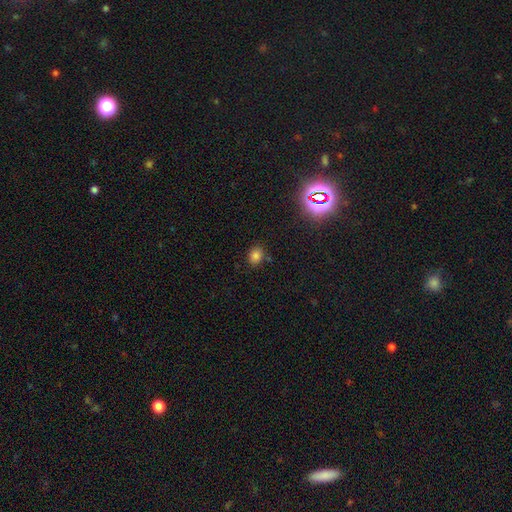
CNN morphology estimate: Smooth or featured: smooth — 77% (star or artifact — 17%)
How rounded: in between — 51% (round — 48%)
Merging: none — 81% (minor disturbance — 12%)